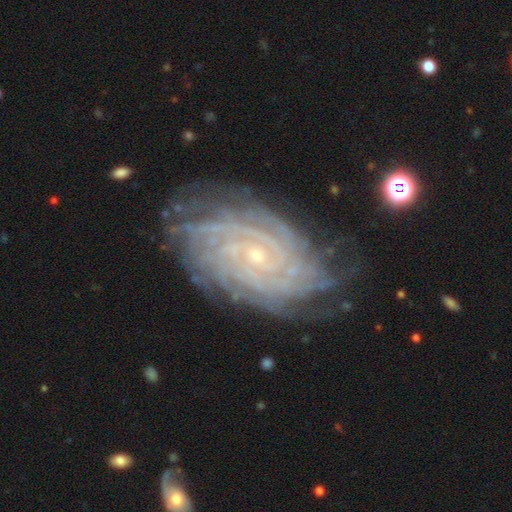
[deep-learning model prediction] Morphology: type=featured or disk (89%); edge-on=no (96%); bar=no (67%); spiral arms=yes (98%); winding=tight (85%); arm count=more than 4 (34%); bulge=small (84%); merging=none (78%).